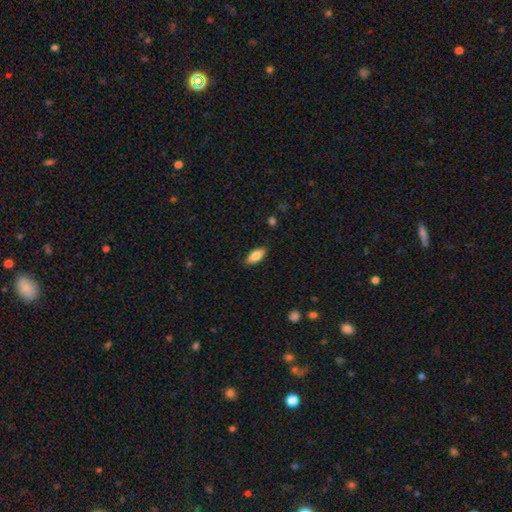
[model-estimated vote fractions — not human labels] Smooth or featured? Predicted: smooth (p=0.83). How rounded? Predicted: in between (p=0.88). Merging? Predicted: none (p=0.86).